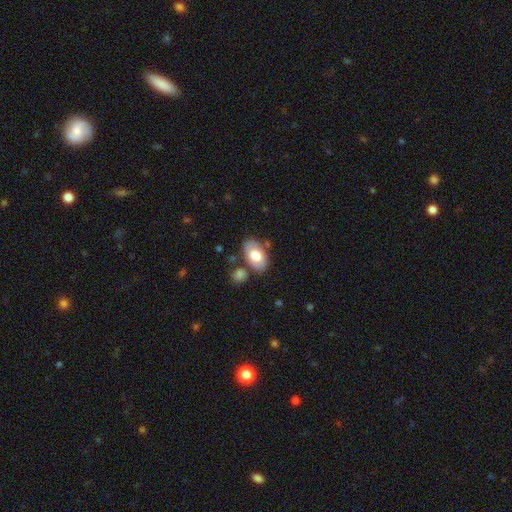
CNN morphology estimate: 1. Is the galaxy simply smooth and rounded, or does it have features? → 70% smooth, 24% featured or disk, 6% star or artifact.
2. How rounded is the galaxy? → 93% in between, 5% round, 1% cigar-shaped.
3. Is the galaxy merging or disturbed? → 72% none, 15% minor disturbance, 9% merger, 4% major disturbance.